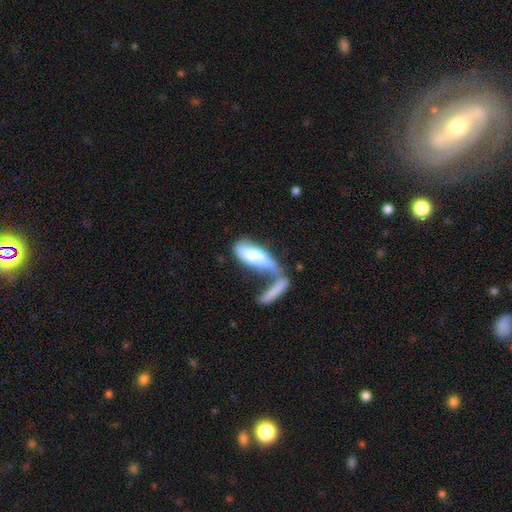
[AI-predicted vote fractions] Overall: smooth (65%; featured or disk 29%). How rounded: in between (58%; cigar-shaped 40%). Merging: merger (54%; major disturbance 19%).